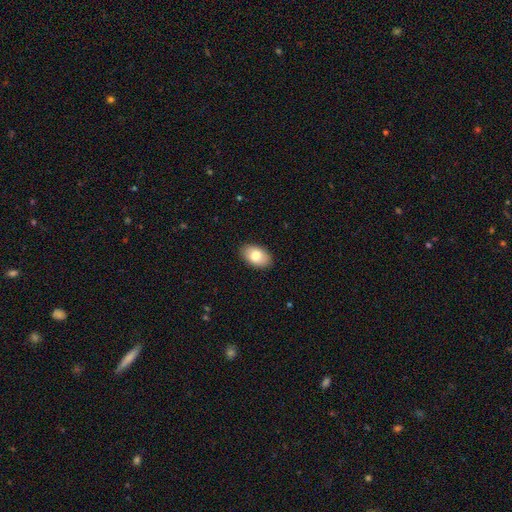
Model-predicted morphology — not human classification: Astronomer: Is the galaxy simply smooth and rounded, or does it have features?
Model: smooth — 81%.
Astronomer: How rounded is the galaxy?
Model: in between — 92%.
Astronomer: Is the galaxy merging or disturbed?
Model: none — 89%.